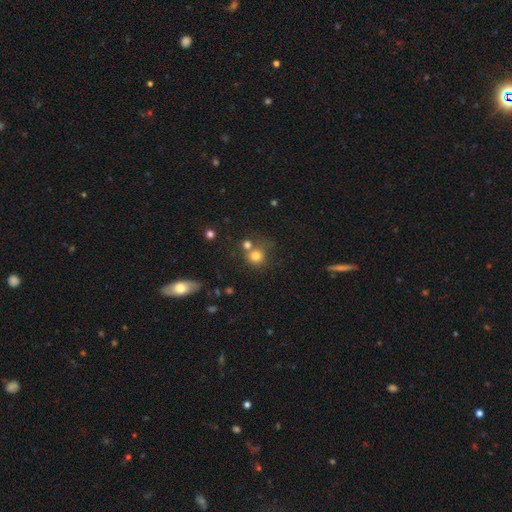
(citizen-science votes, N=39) A smooth galaxy with no disk features (82%) that is round (91%). Merging: none (59%).